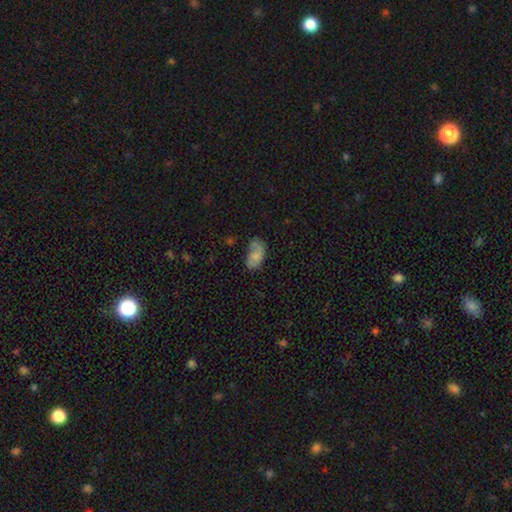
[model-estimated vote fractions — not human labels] smooth 62%, featured or disk 29%, star or artifact 9%. Down the decision tree: how rounded — in between (92%); merging — none (46%).